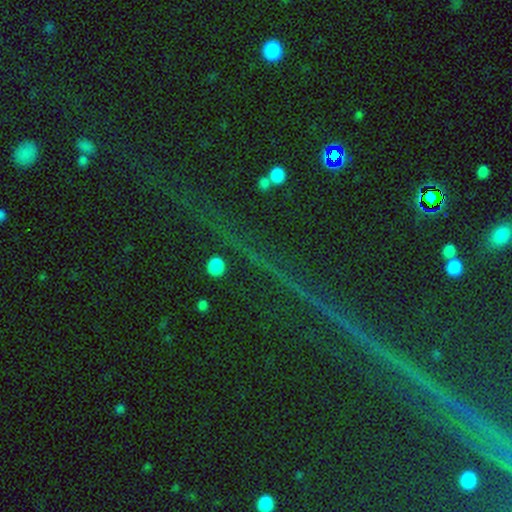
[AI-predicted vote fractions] This appears to be a star or artifact, not a galaxy (85%).